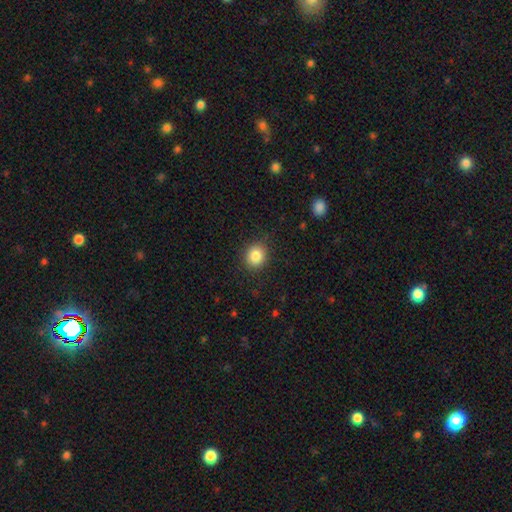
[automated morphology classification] type=smooth (85%); roundness=round (78%); merging=none (87%).